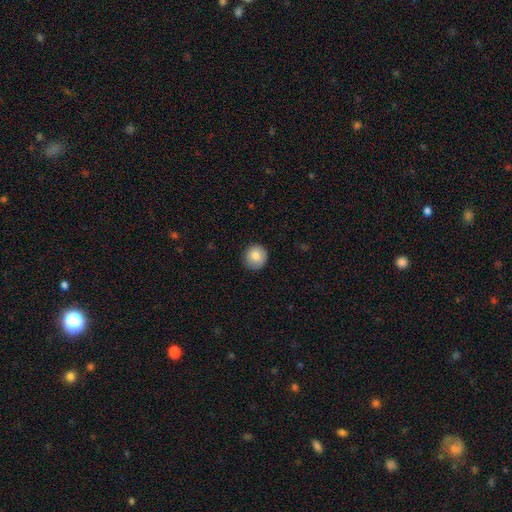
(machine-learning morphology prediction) smooth 83%, featured or disk 10%, star or artifact 8%. Down the decision tree: how rounded — round (94%); merging — none (89%).